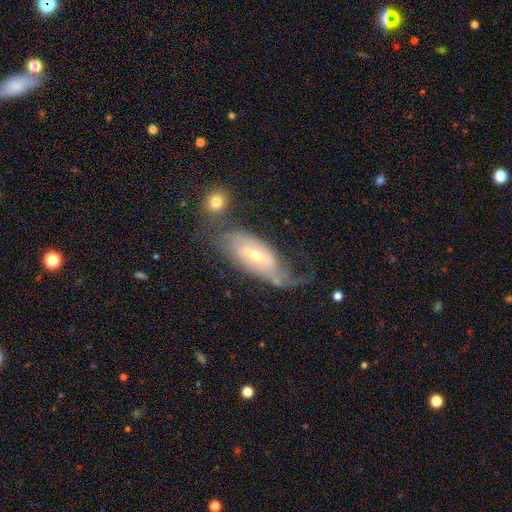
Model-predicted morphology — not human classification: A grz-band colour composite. It shows a featured or disk galaxy (77%) with a weak bar (48%), 2 (59%) medium (37%) spiral arms (88%) and a moderate central bulge (50%). Merging: none (44%).